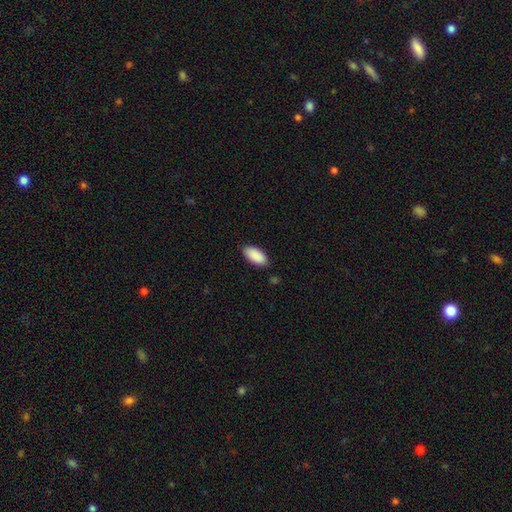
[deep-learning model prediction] This appears to be a smooth galaxy with no disk features (91%) that is in between round and cigar-shaped (92%). Merging: none (85%).